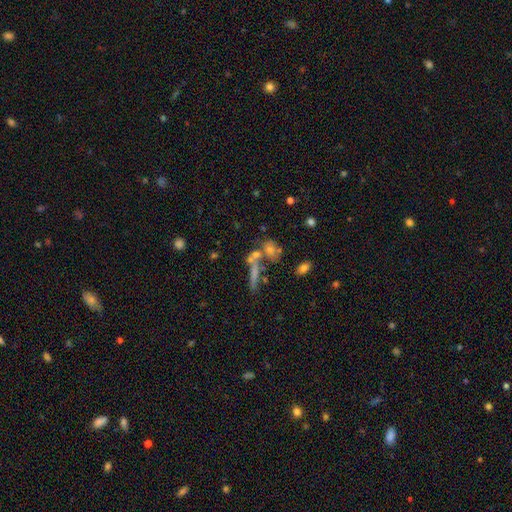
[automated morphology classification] type=smooth (43%); merging=none (50%).